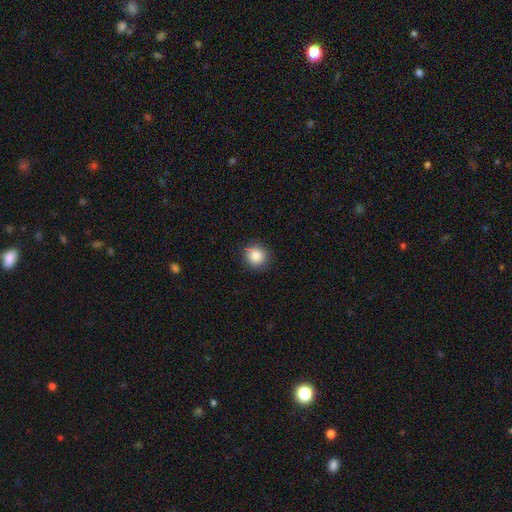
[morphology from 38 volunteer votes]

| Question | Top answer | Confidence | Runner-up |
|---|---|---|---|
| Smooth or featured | smooth | 89% | star or artifact (8%) |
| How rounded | round | 91% | in between (9%) |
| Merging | none | 86% | minor disturbance (11%) |